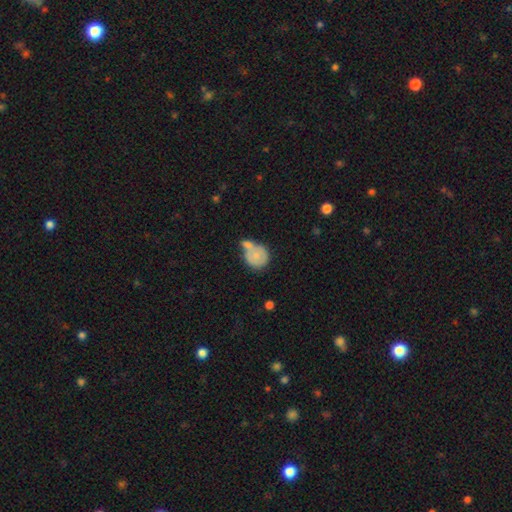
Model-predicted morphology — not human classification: A smooth galaxy with no disk features (70%) that is round (81%).

Vote fractions:
- Smooth or featured? smooth: 70% / featured or disk: 23% / star or artifact: 7%
- How rounded? round: 81% / in between: 18% / cigar-shaped: 1%
- Merging? merger: 48% / none: 30% / minor disturbance: 15% / major disturbance: 7%